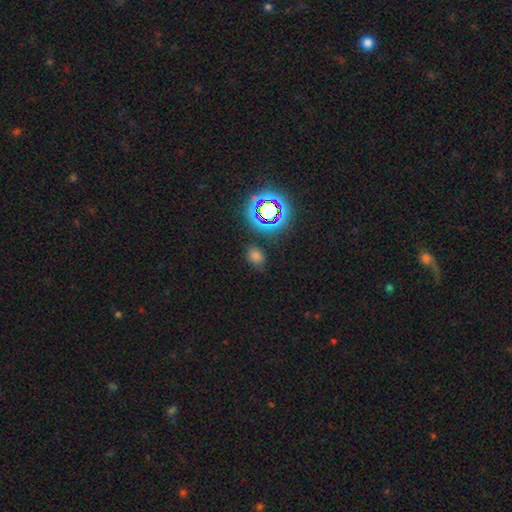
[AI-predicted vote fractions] A smooth galaxy with no disk features (64%) that is in between round and cigar-shaped (59%). Merging: none (79%).